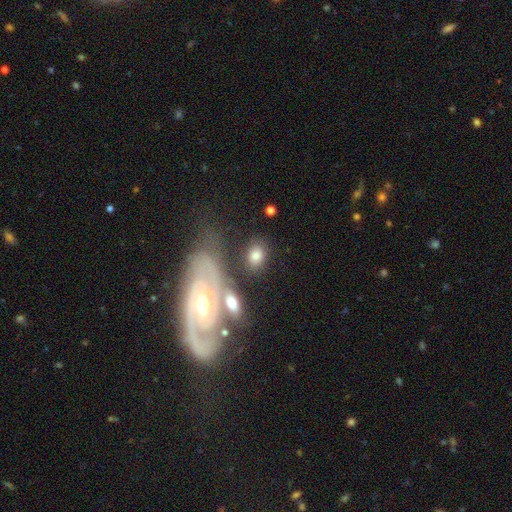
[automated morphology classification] smooth_or_featured: smooth (p=0.74) [alt: featured or disk p=0.18]
how_rounded: in between (p=0.75) [alt: round p=0.23]
merging: none (p=0.65) [alt: minor disturbance p=0.15]